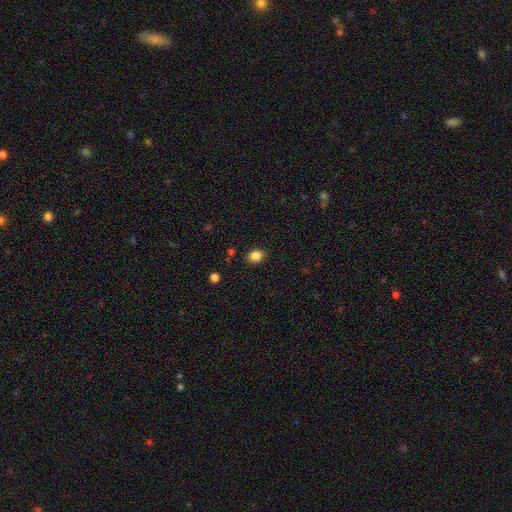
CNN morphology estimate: Q: Smooth or featured?
A: smooth (85%); runner-up: star or artifact (10%)
Q: How rounded?
A: in between (68%); runner-up: round (31%)
Q: Merging?
A: none (86%); runner-up: minor disturbance (10%)